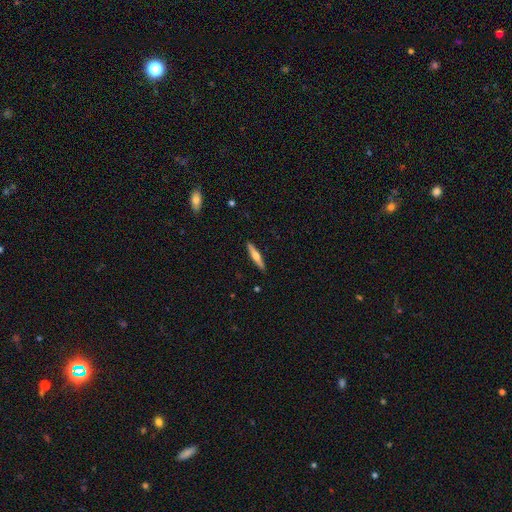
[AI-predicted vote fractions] Smooth or featured?
  - featured or disk: 52% *
  - smooth: 43%
  - star or artifact: 5%
Edge-on disk?
  - yes: 96% *
  - no: 4%
Merging?
  - none: 91% *
  - minor disturbance: 6%
  - major disturbance: 1%
  - merger: 1%